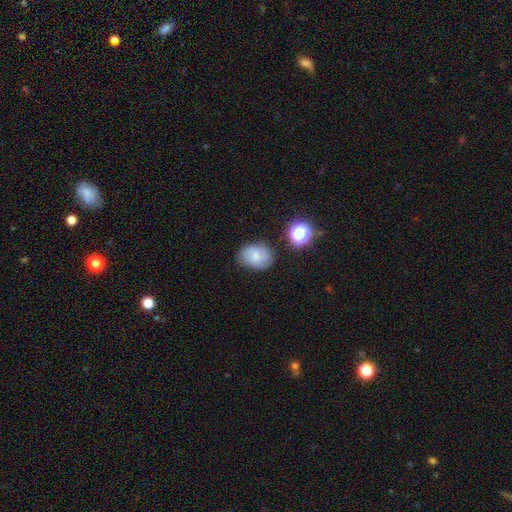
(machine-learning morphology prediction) A smooth galaxy with no disk features (50%) that is in between round and cigar-shaped (59%).

Vote fractions:
- Smooth or featured? smooth: 50% / featured or disk: 38% / star or artifact: 12%
- How rounded? in between: 59% / round: 40% / cigar-shaped: 1%
- Merging? none: 70% / minor disturbance: 20% / major disturbance: 6% / merger: 3%